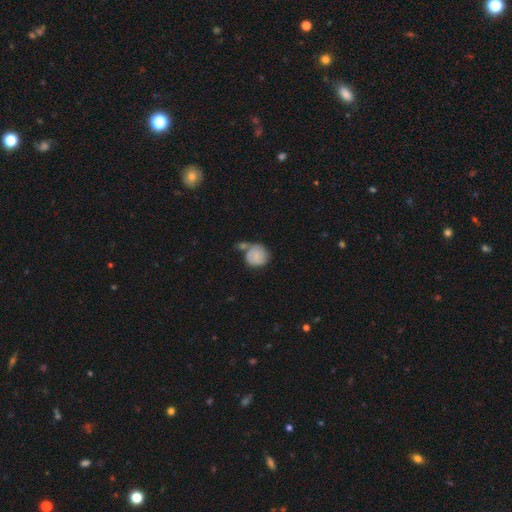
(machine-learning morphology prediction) Smooth or featured? smooth (76%)
How rounded? round (84%)
Merging? none (42%)